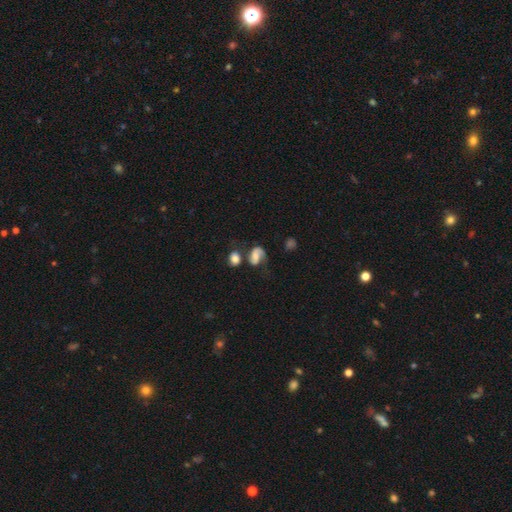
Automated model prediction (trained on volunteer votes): Overall: featured or disk (51%; smooth 38%). Edge-on disk: no (97%). Merging: none (39%; merger 22%).